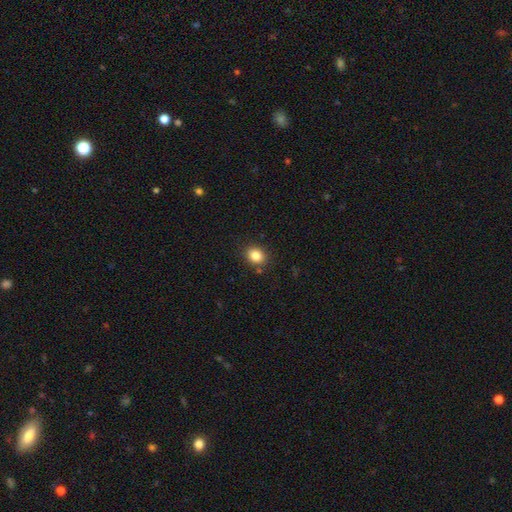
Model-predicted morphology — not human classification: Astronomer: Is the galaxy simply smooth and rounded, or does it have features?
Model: smooth — 84%.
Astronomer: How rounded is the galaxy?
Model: round — 57% (runner-up: in between, 42%).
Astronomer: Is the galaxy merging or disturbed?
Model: none — 85%.